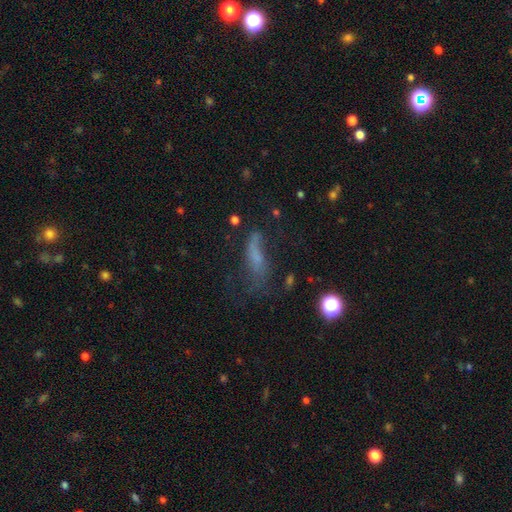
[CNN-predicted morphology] smooth 46%, featured or disk 33%, star or artifact 21%. Down the decision tree: merging — none (36%).